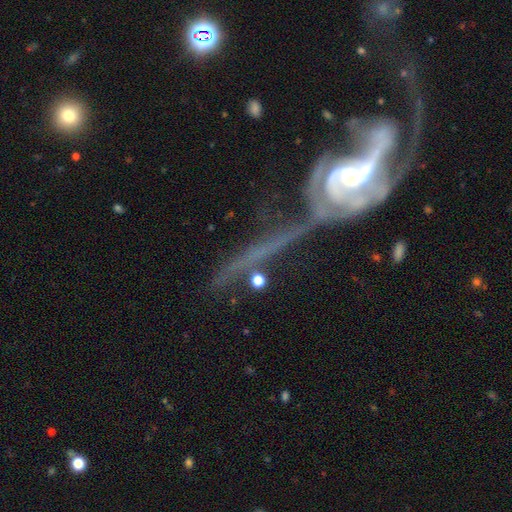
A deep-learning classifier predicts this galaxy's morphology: Smooth or featured: featured or disk — 75% (smooth — 13%)
Edge-on disk: no — 76% (yes — 24%)
Bar: no — 49% (weak — 29%)
Spiral arms: yes — 76% (no — 24%)
Bulge size: small — 43% (moderate — 40%)
Merging: merger — 49% (major disturbance — 21%)